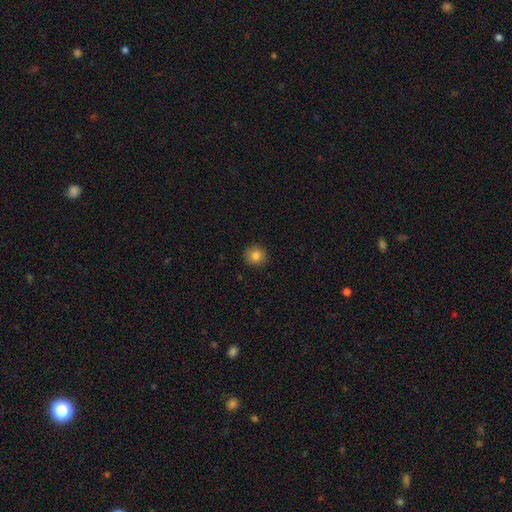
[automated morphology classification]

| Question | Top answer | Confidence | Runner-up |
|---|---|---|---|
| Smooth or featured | smooth | 82% | star or artifact (11%) |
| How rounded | round | 91% | in between (8%) |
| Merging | none | 91% | minor disturbance (6%) |